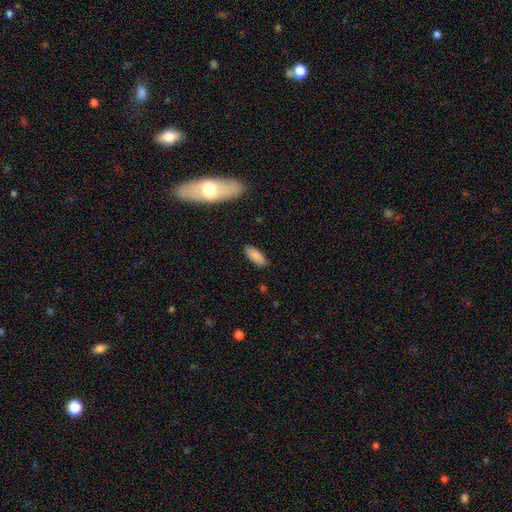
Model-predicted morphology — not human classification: This appears to be a smooth galaxy with no disk features (85%) that is in between round and cigar-shaped (79%). Merging: none (87%).